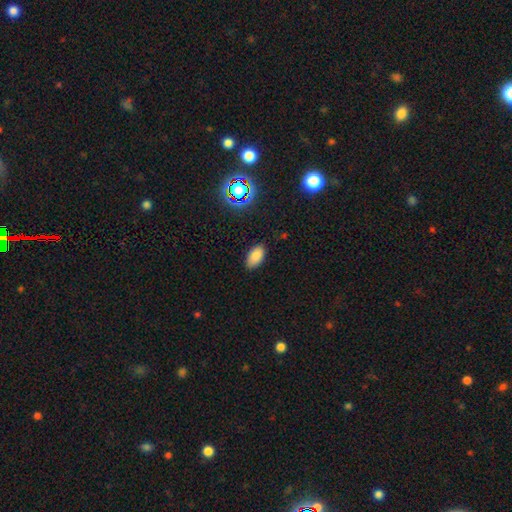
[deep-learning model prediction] A smooth galaxy with no disk features (83%) that is in between round and cigar-shaped (93%).

Vote fractions:
- Smooth or featured? smooth: 83% / star or artifact: 12% / featured or disk: 5%
- How rounded? in between: 93% / round: 4% / cigar-shaped: 2%
- Merging? none: 85% / minor disturbance: 12% / major disturbance: 2% / merger: 1%